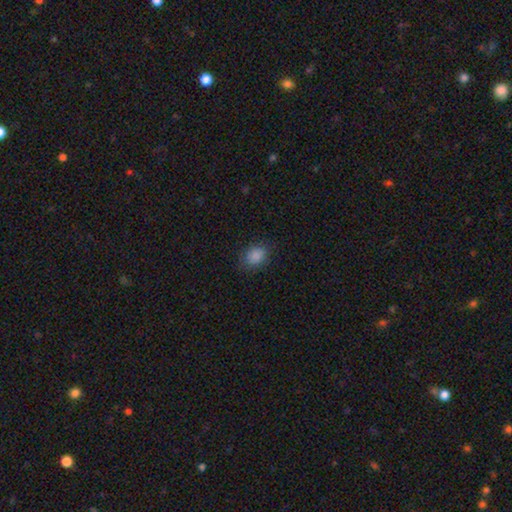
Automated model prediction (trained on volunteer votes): This is clearly a smooth galaxy (87%). How rounded: possibly in between (55%). Merging: clearly none (82%).